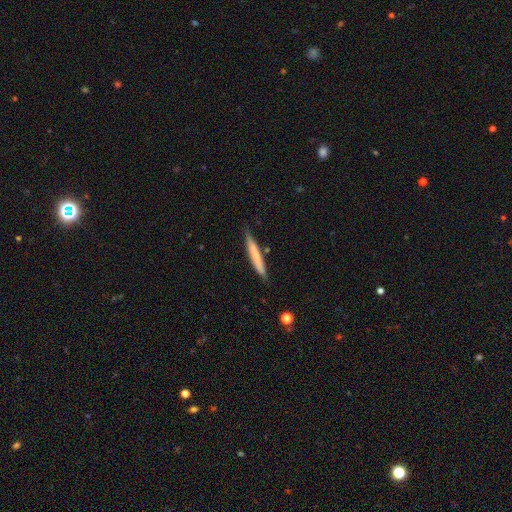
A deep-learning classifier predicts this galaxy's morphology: This is likely a smooth galaxy (68%). How rounded: clearly cigar-shaped (95%). Merging: clearly none (81%).